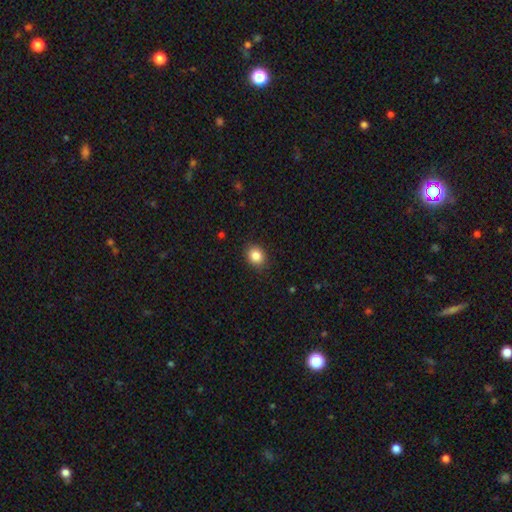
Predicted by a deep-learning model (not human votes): This is clearly a smooth galaxy (85%). How rounded: possibly round (59%). Merging: clearly none (88%).